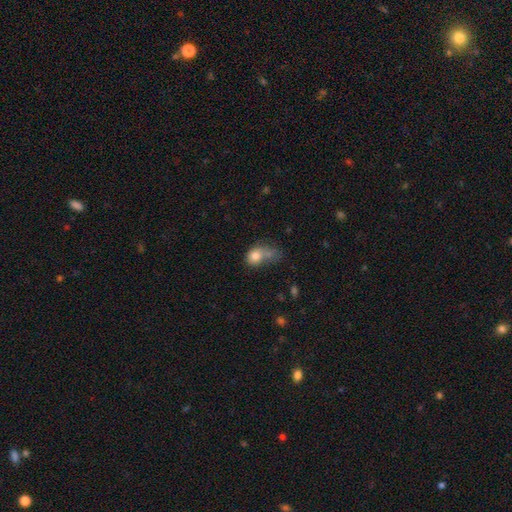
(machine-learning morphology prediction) The model was most divided on "merging": merger: 31%, major disturbance: 26%, none: 23%, minor disturbance: 20%. More confident: smooth or featured — smooth (78%); how rounded — in between (56%).